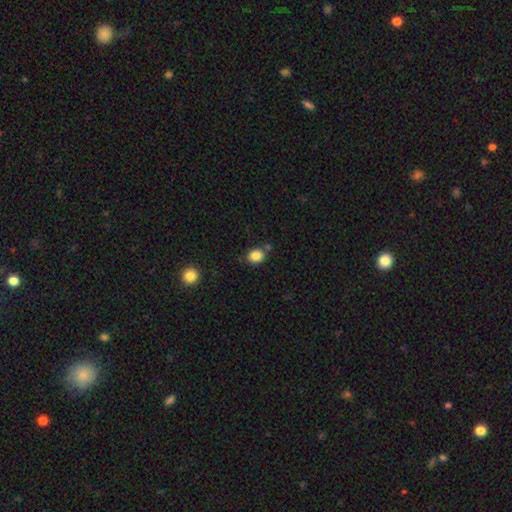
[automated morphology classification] A smooth galaxy with no disk features (85%) that is round (57%).

Vote fractions:
- Smooth or featured? smooth: 85% / star or artifact: 10% / featured or disk: 5%
- How rounded? round: 57% / in between: 42% / cigar-shaped: 1%
- Merging? none: 75% / minor disturbance: 13% / merger: 9% / major disturbance: 3%